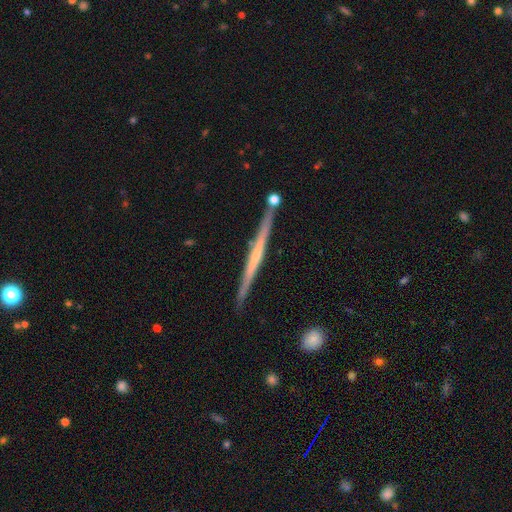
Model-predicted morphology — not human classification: Smooth or featured? Predicted: featured or disk (p=0.66). Edge-on disk? Predicted: yes (p=0.97). Edge-on bulge? Predicted: none (p=0.71). Merging? Predicted: none (p=0.85).